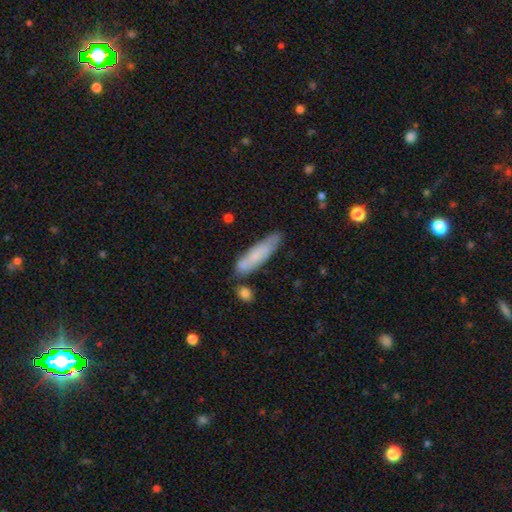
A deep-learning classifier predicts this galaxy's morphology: Smooth or featured?
  - smooth: 68% *
  - featured or disk: 26%
  - star or artifact: 7%
How rounded?
  - cigar-shaped: 77% *
  - in between: 22%
  - round: 2%
Merging?
  - none: 67% *
  - minor disturbance: 19%
  - merger: 9%
  - major disturbance: 4%